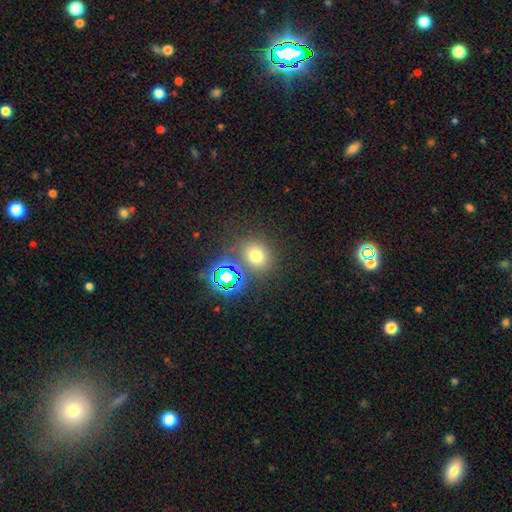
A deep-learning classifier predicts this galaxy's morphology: A smooth galaxy with no disk features (64%) that is round (73%). Merging: none (76%).